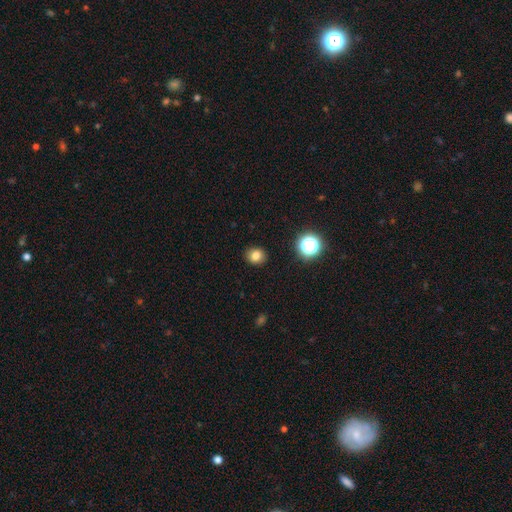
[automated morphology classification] Overall: smooth (80%). How rounded: round (70%). Merging: none (89%).